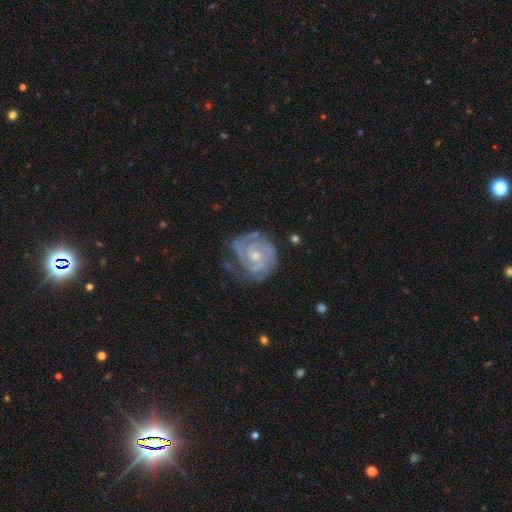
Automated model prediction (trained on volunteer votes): This is clearly a featured or disk galaxy (89%). It is clearly not viewed edge-on (98%). Bar: likely no (65%). Spiral arm pattern: clearly yes (97%). Spiral arm count: marginally 2 (34%). Spiral winding: likely tight (70%). Central bulge: likely small (63%). Merging: likely none (67%).